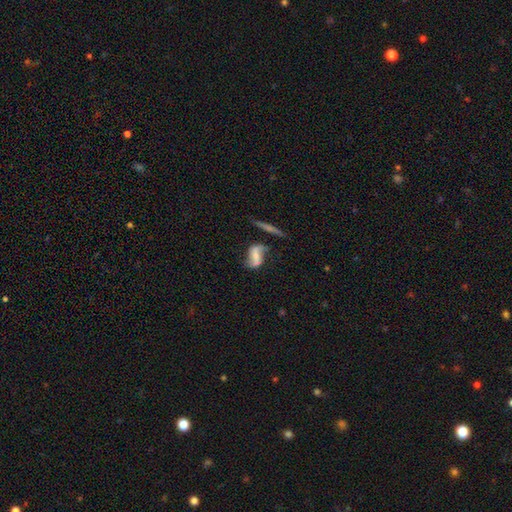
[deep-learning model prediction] The model was most divided on "bar" (2-way tie): weak: 37%, strong: 37%, no: 26%. Remaining: edge-on disk — no (94%); spiral arm count — 2 (89%); spiral arms — yes (89%); spiral winding — loose (70%); smooth or featured — featured or disk (70%); merging — none (59%); bulge size — none (39%).